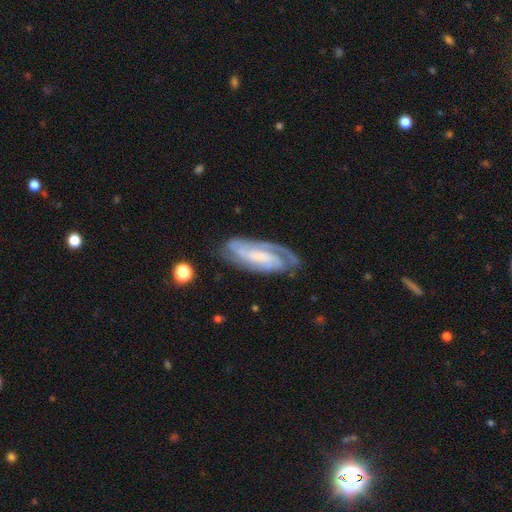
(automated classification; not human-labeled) smooth_or_featured: featured or disk (p=0.86) [alt: smooth p=0.09]
disk_edge_on: no (p=0.93) [alt: yes p=0.07]
bar: weak (p=0.38) [alt: no p=0.36]
has_spiral_arms: yes (p=0.97) [alt: no p=0.03]
spiral_winding: tight (p=0.60) [alt: medium p=0.34]
spiral_arm_count: 2 (p=0.60) [alt: 3 p=0.18]
bulge_size: small (p=0.41) [alt: none p=0.29]
merging: none (p=0.76) [alt: minor disturbance p=0.17]